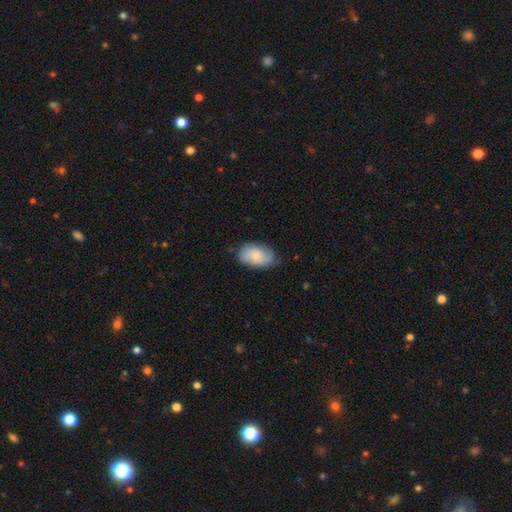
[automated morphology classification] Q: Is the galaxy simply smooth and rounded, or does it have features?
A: smooth — 63%.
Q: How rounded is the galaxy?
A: in between — 91%.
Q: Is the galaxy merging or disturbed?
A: none — 68%.